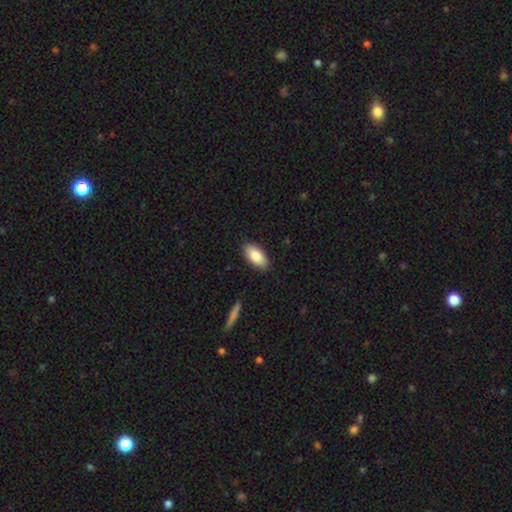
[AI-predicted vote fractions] Smooth or featured? Predicted: smooth (p=0.83). How rounded? Predicted: in between (p=0.91). Merging? Predicted: none (p=0.88).